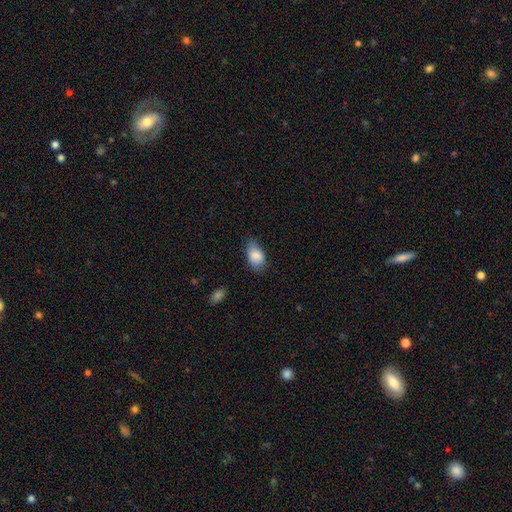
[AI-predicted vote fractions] smooth 86%, featured or disk 7%, star or artifact 7%. Down the decision tree: how rounded — in between (91%); merging — none (69%).